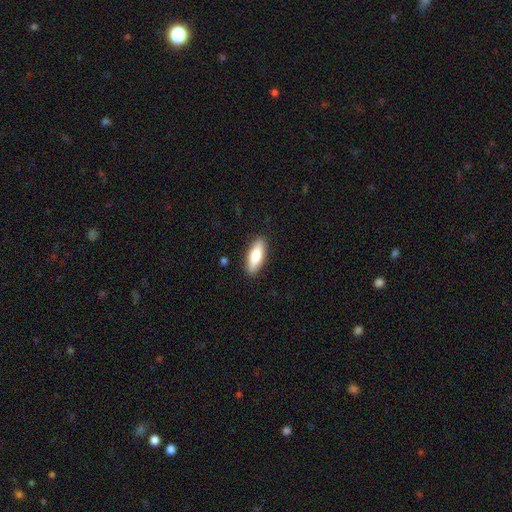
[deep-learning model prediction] smooth 79%, featured or disk 16%, star or artifact 6%. Down the decision tree: how rounded — in between (69%); merging — none (89%).